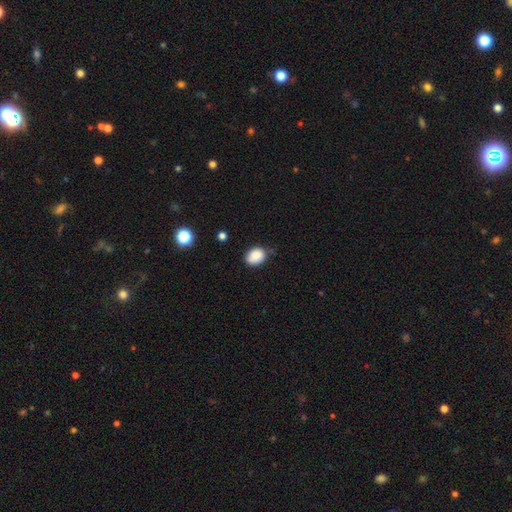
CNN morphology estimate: Overall: smooth (85%). How rounded: in between (56%; round 43%). Merging: none (65%; minor disturbance 27%).